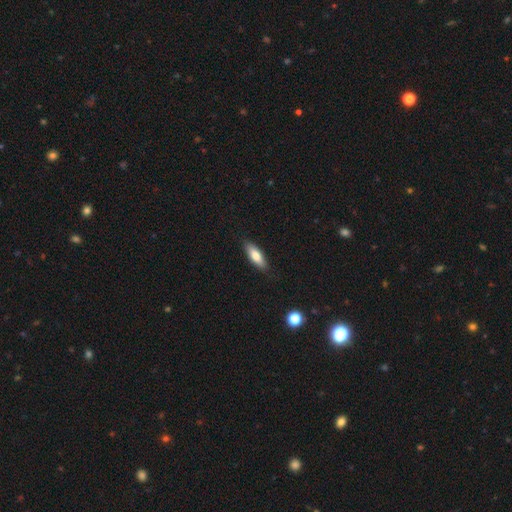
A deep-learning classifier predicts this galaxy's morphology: The model was most divided on "how rounded": in between: 59%, cigar-shaped: 39%, round: 2%. More confident: merging — none (86%); smooth or featured — smooth (77%).